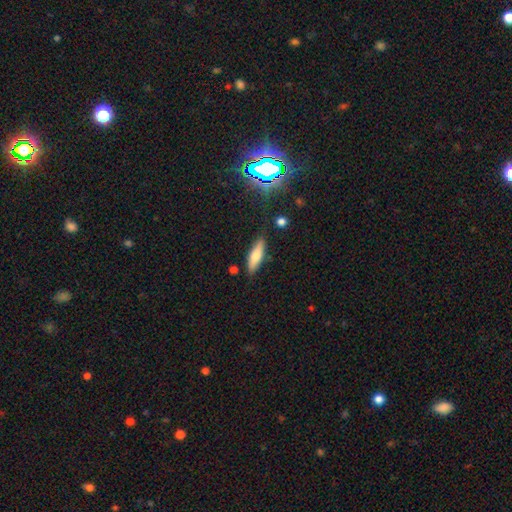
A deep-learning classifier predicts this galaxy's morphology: A smooth galaxy with no disk features (65%) that is cigar-shaped (54%). Merging: none (82%).